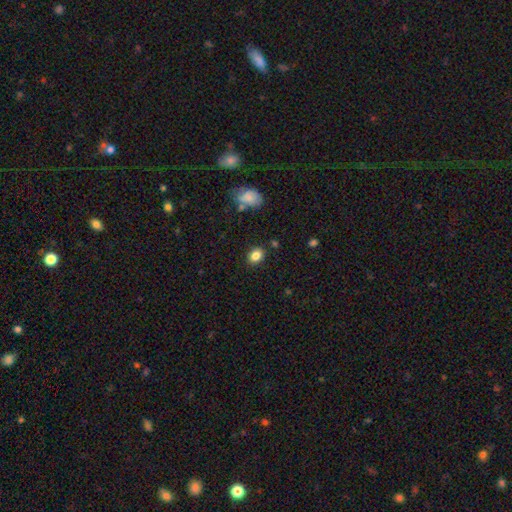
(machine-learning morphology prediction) Q: Smooth or featured?
A: smooth (85%); runner-up: star or artifact (10%)
Q: How rounded?
A: in between (61%); runner-up: round (38%)
Q: Merging?
A: none (86%); runner-up: minor disturbance (9%)